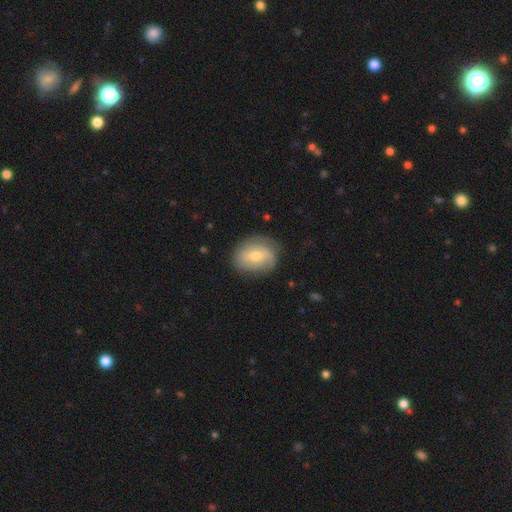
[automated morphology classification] The model was most divided on "smooth or featured": featured or disk: 52%, smooth: 41%, star or artifact: 7%. More confident: edge-on disk — no (96%); merging — none (72%).